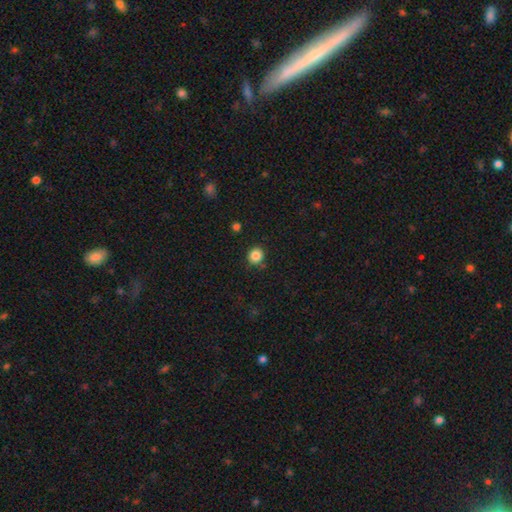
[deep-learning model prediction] Morphology: type=smooth (85%); roundness=round (90%); merging=none (86%).